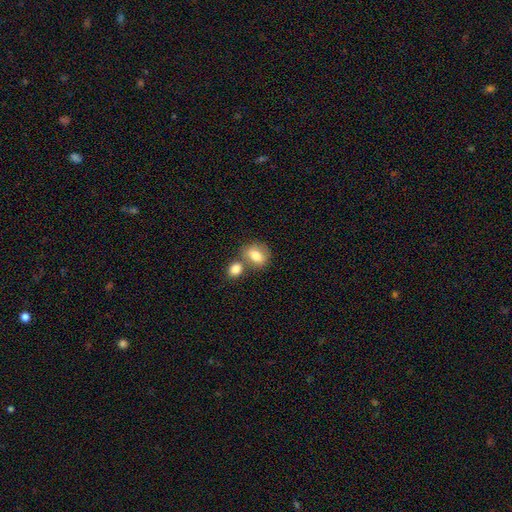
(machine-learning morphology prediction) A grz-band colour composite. It shows a smooth galaxy with no disk features (79%) that is in between round and cigar-shaped (64%). Merging: none (46%).